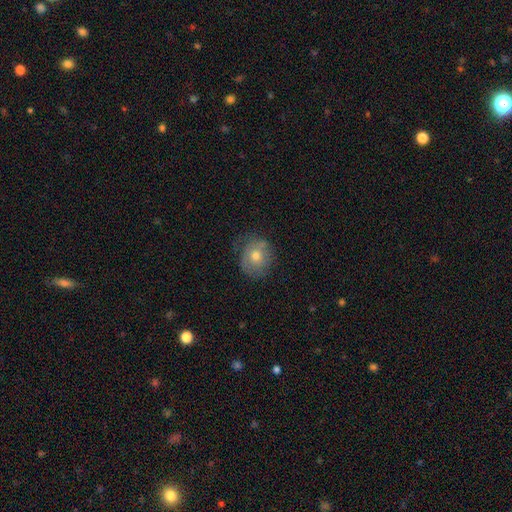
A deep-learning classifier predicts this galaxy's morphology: Overall: smooth (55%; featured or disk 34%). How rounded: round (76%). Merging: none (67%).